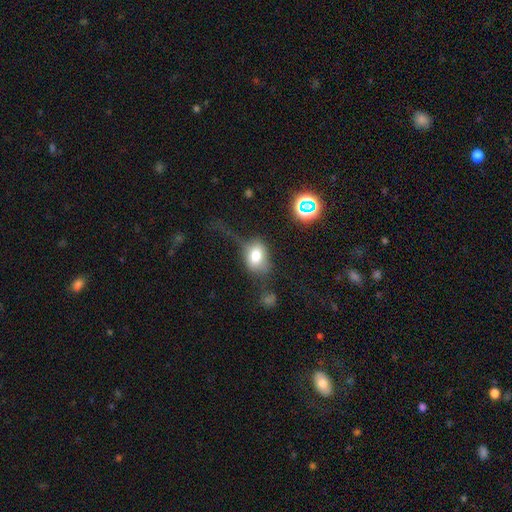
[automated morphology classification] Smooth or featured: smooth — 69% (featured or disk — 20%)
How rounded: in between — 64% (round — 34%)
Merging: none — 37% (major disturbance — 34%)